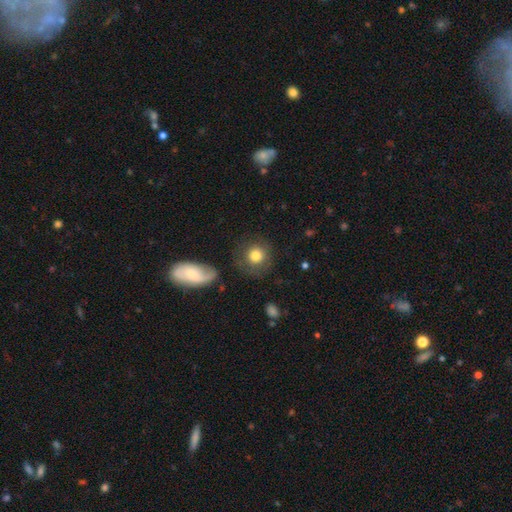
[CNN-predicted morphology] Smooth or featured? Predicted: smooth (p=0.77). How rounded? Predicted: round (p=0.90). Merging? Predicted: none (p=0.76).